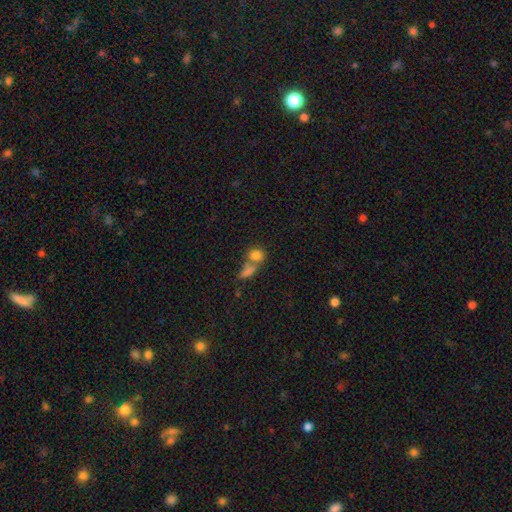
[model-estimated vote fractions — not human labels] Smooth or featured? Predicted: smooth (p=0.81). How rounded? Predicted: round (p=0.63). Merging? Predicted: merger (p=0.49).